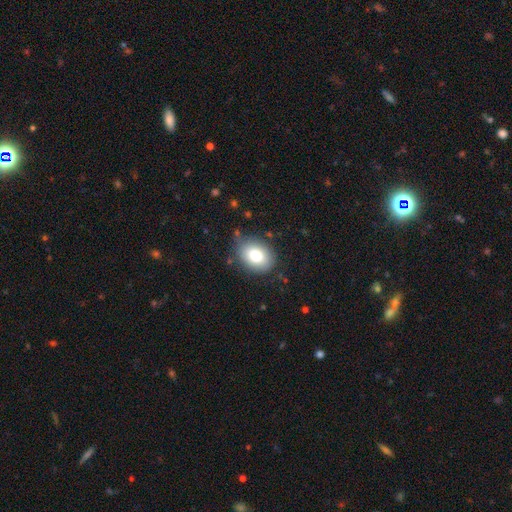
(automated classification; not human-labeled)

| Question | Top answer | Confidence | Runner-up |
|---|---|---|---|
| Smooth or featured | smooth | 82% | featured or disk (10%) |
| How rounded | in between | 69% | round (30%) |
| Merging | none | 80% | minor disturbance (15%) |